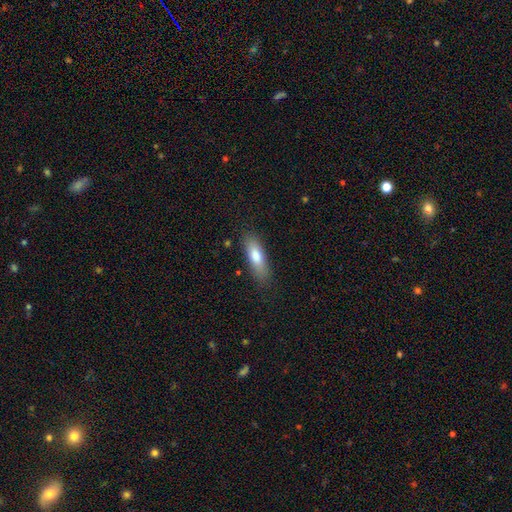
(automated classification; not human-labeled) Overall: smooth (78%). How rounded: in between (52%; cigar-shaped 46%). Merging: none (81%).